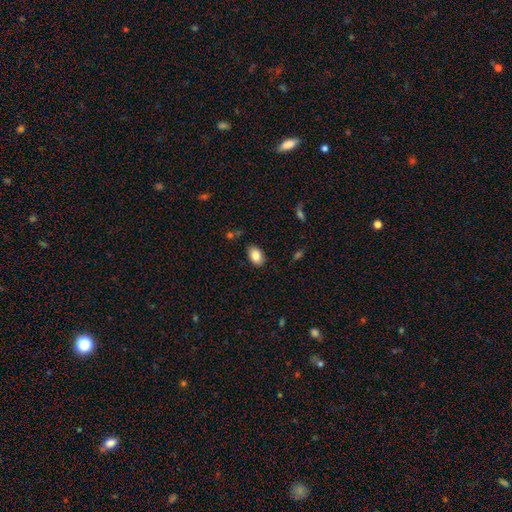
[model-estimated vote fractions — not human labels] smooth 84%, featured or disk 8%, star or artifact 8%. Down the decision tree: how rounded — in between (88%); merging — none (84%).